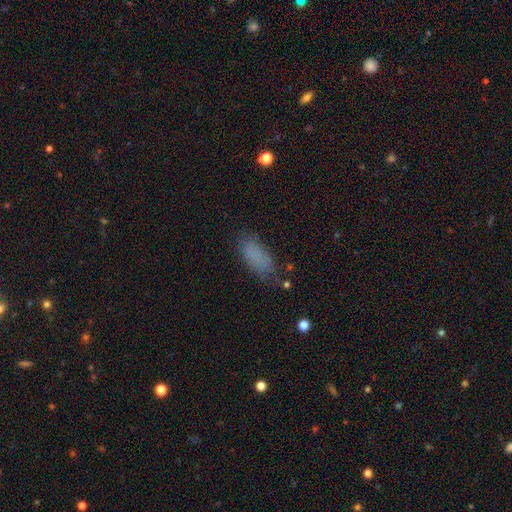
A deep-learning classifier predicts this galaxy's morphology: Q: Smooth or featured?
A: smooth (81%); runner-up: star or artifact (11%)
Q: How rounded?
A: in between (82%); runner-up: cigar-shaped (16%)
Q: Merging?
A: none (69%); runner-up: minor disturbance (21%)